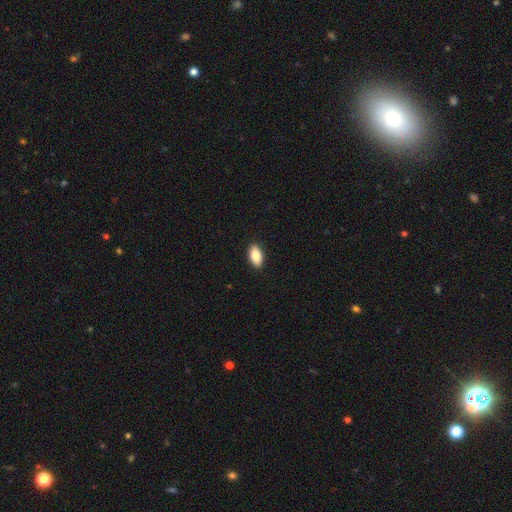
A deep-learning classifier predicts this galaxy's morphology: A smooth galaxy with no disk features (85%) that is in between round and cigar-shaped (92%).

Vote fractions:
- Smooth or featured? smooth: 85% / featured or disk: 8% / star or artifact: 7%
- How rounded? in between: 92% / round: 4% / cigar-shaped: 4%
- Merging? none: 90% / minor disturbance: 7% / major disturbance: 2% / merger: 1%